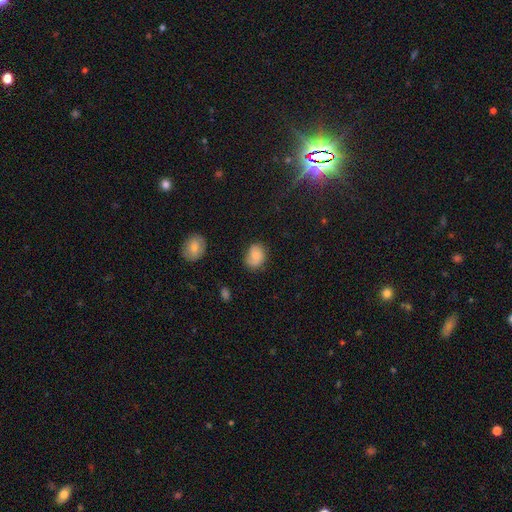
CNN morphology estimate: Q: Smooth or featured?
A: smooth (63%); runner-up: featured or disk (29%)
Q: How rounded?
A: in between (54%); runner-up: round (45%)
Q: Merging?
A: none (64%); runner-up: minor disturbance (26%)